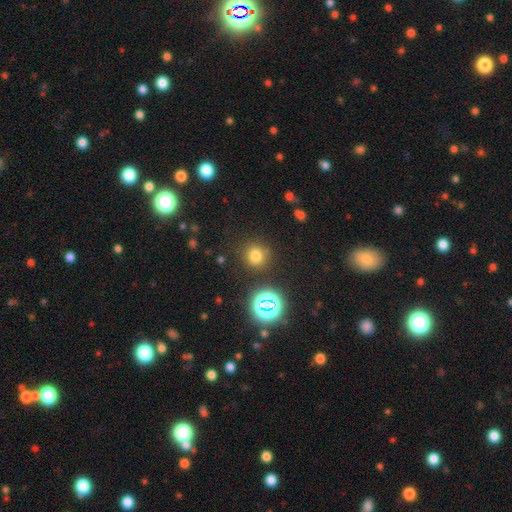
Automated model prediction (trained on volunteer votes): The model was most divided on "smooth or featured": smooth: 71%, star or artifact: 22%, featured or disk: 7%. More confident: how rounded — round (88%); merging — none (83%).